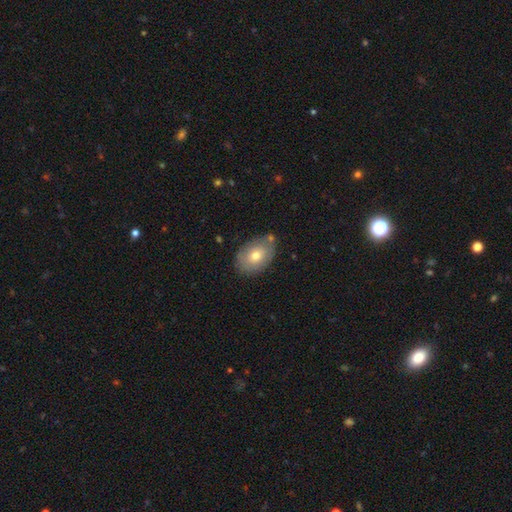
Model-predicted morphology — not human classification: smooth_or_featured: smooth (p=0.70) [alt: featured or disk p=0.23]
how_rounded: in between (p=0.80) [alt: round p=0.18]
merging: none (p=0.72) [alt: minor disturbance p=0.18]